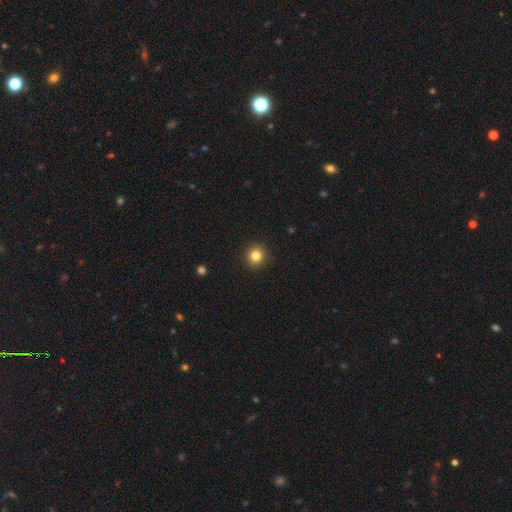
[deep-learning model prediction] smooth 83%, star or artifact 12%, featured or disk 6%. Down the decision tree: how rounded — round (93%); merging — none (93%).